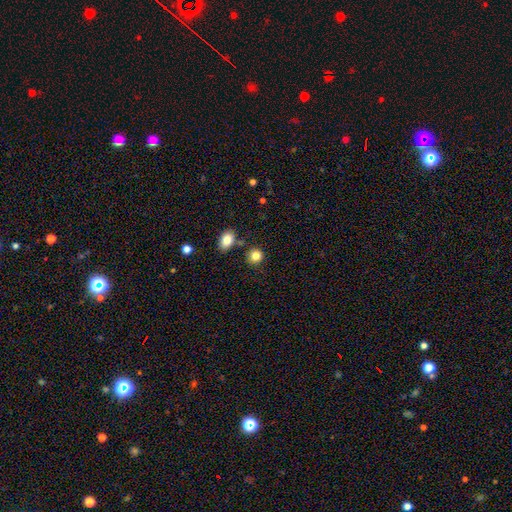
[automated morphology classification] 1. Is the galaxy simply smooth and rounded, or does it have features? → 85% smooth, 10% star or artifact, 5% featured or disk.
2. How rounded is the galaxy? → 84% round, 15% in between, 1% cigar-shaped.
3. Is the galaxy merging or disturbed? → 81% none, 9% minor disturbance, 7% merger, 3% major disturbance.